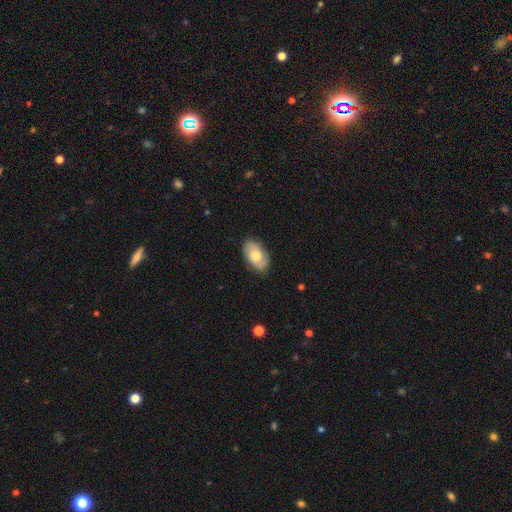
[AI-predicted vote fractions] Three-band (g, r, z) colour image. It shows a smooth galaxy with no disk features (65%) that is in between round and cigar-shaped (92%). Merging: none (81%).